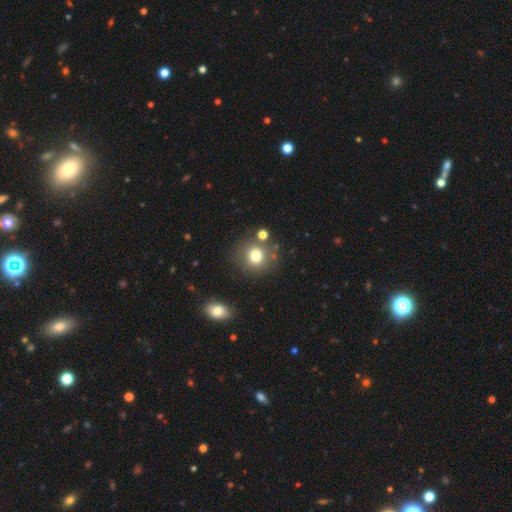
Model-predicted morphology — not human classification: The model was most divided on "smooth or featured": smooth: 77%, star or artifact: 13%, featured or disk: 11%. More confident: how rounded — round (86%); merging — none (76%).